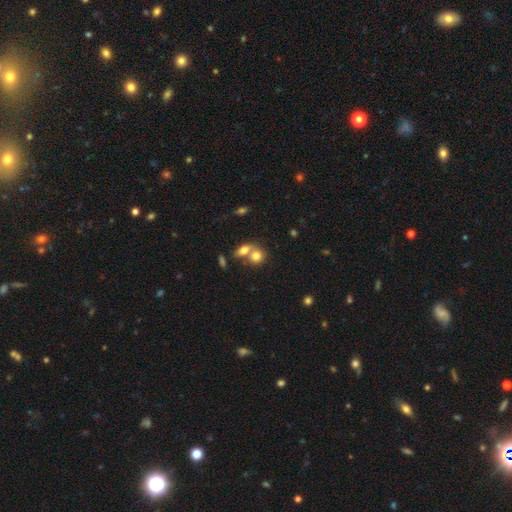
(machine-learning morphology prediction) The model was most divided on "merging": merger: 60%, none: 30%, minor disturbance: 7%, major disturbance: 3%. More confident: smooth or featured — smooth (76%); how rounded — round (65%).